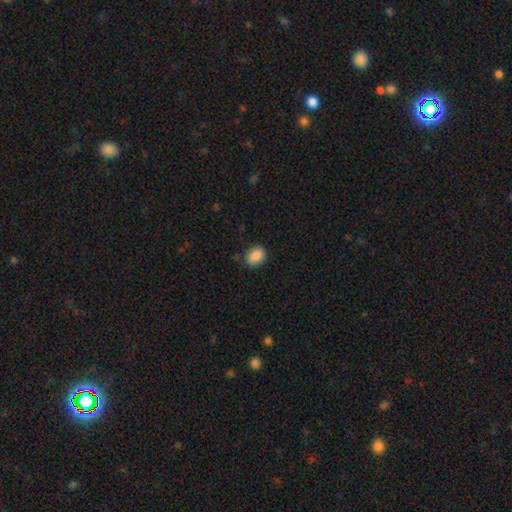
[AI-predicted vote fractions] smooth-or-featured: smooth: 87% | star or artifact: 8% | featured or disk: 5%
  how-rounded: in between: 59% | round: 40% | cigar-shaped: 1%
  merging: none: 78% | minor disturbance: 17% | major disturbance: 3% | merger: 2%